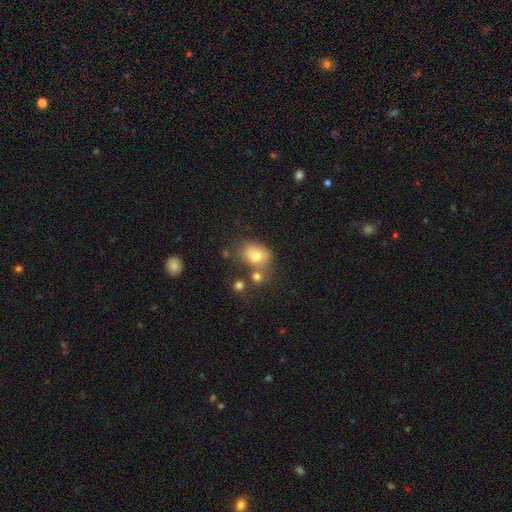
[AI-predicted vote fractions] Smooth or featured? Predicted: smooth (p=0.77). How rounded? Predicted: in between (p=0.64). Merging? Predicted: none (p=0.46).